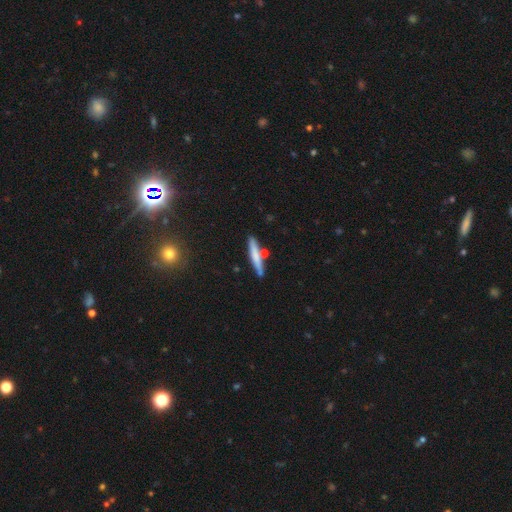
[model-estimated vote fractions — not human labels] Smooth or featured? smooth (67%)
How rounded? cigar-shaped (92%)
Merging? none (75%)